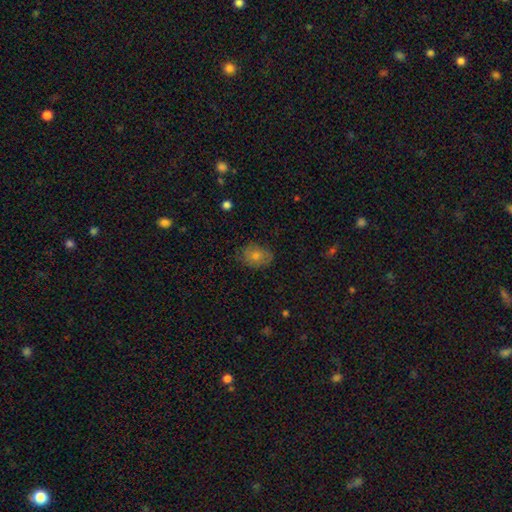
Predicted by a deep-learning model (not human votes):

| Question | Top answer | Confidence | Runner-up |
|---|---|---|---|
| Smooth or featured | smooth | 65% | featured or disk (21%) |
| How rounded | in between | 63% | round (36%) |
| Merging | none | 79% | minor disturbance (16%) |